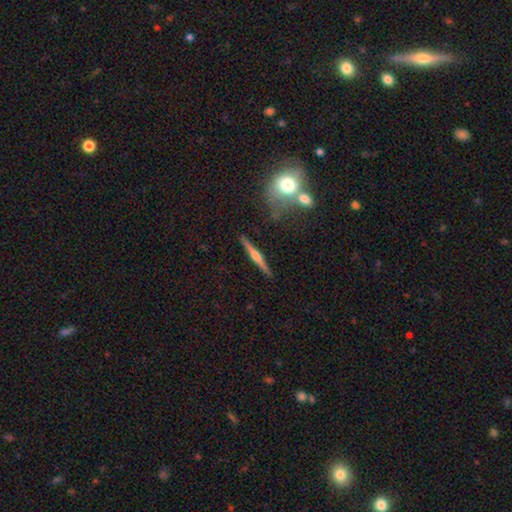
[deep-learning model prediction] smooth-or-featured: featured or disk: 74% | smooth: 20% | star or artifact: 6%
  disk-edge-on: yes: 98% | no: 2%
    edge-on-bulge: rounded: 88% | boxy: 6% | none: 6%
  merging: none: 88% | minor disturbance: 7% | merger: 3% | major disturbance: 2%